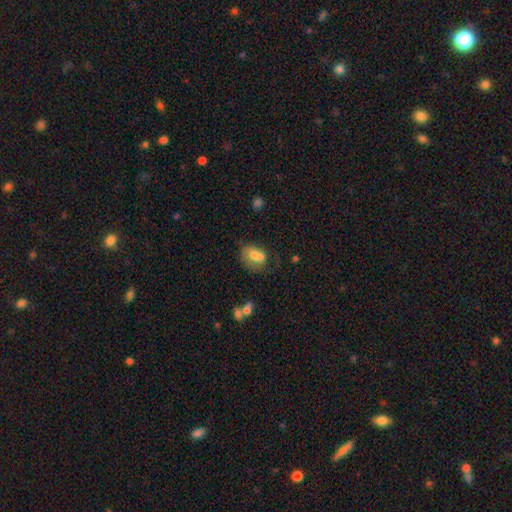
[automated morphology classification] Smooth or featured? smooth (69%)
How rounded? in between (70%)
Merging? merger (43%)